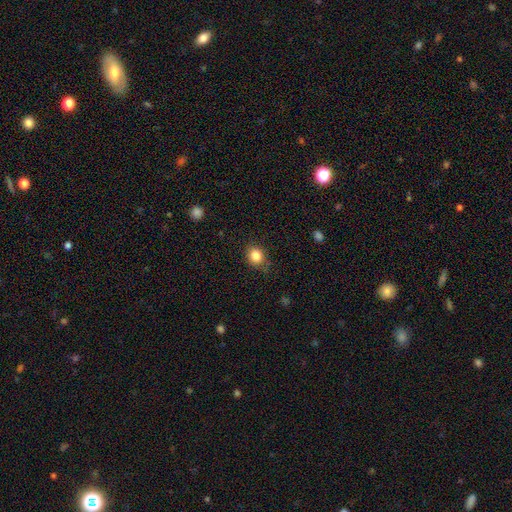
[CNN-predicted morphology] Smooth or featured? Predicted: smooth (p=0.84). How rounded? Predicted: round (p=0.73). Merging? Predicted: none (p=0.82).